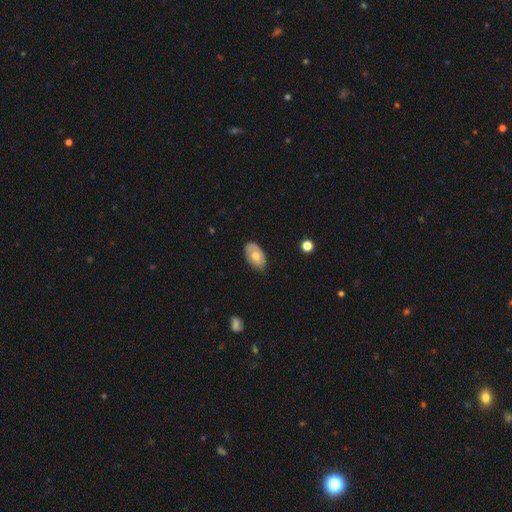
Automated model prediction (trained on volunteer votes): Smooth or featured? Predicted: smooth (p=0.65). How rounded? Predicted: in between (p=0.92). Merging? Predicted: none (p=0.67).